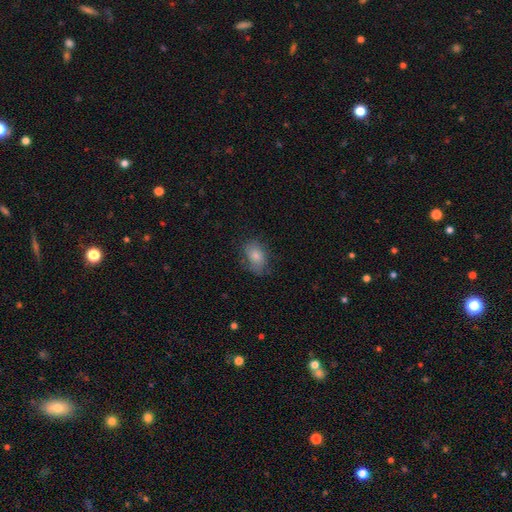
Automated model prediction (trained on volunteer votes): This appears to be a smooth galaxy with no disk features (79%) that is in between round and cigar-shaped (80%). Merging: none (66%).